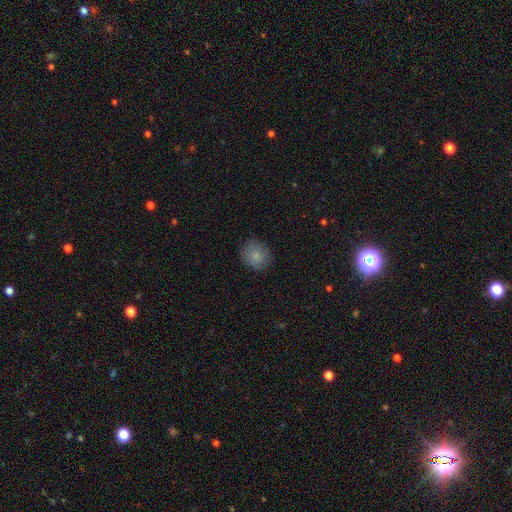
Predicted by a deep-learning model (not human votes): Smooth or featured?
  - smooth: 83% *
  - star or artifact: 9%
  - featured or disk: 8%
How rounded?
  - round: 72% *
  - in between: 27%
  - cigar-shaped: 1%
Merging?
  - none: 82% *
  - minor disturbance: 14%
  - major disturbance: 3%
  - merger: 1%